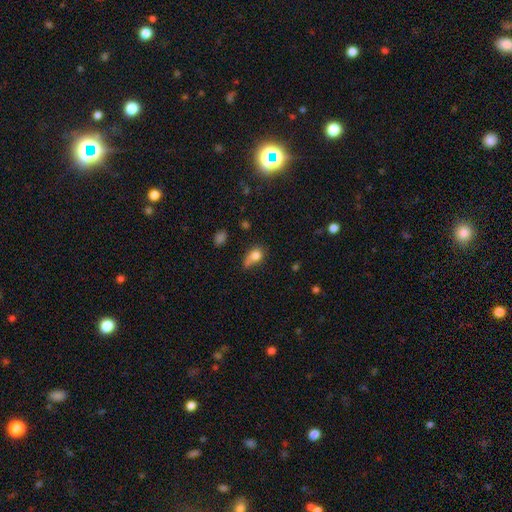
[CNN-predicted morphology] Smooth or featured? smooth (77%)
How rounded? in between (67%)
Merging? minor disturbance (38%)